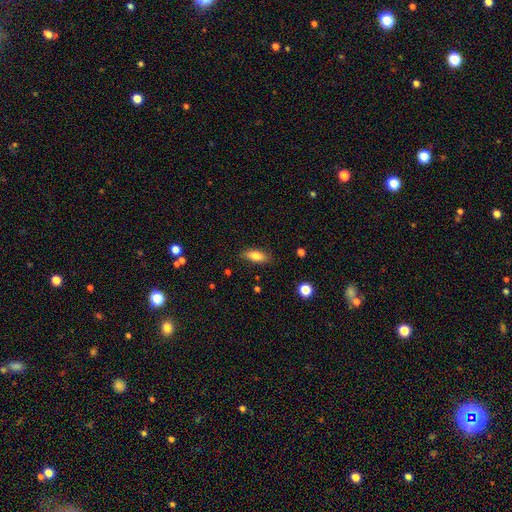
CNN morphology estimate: smooth-or-featured: smooth: 78% | featured or disk: 14% | star or artifact: 8%
  how-rounded: in between: 77% | cigar-shaped: 20% | round: 3%
  merging: none: 82% | minor disturbance: 14% | major disturbance: 3% | merger: 1%